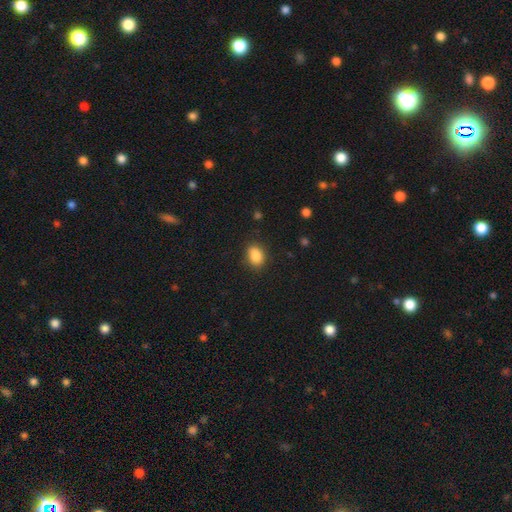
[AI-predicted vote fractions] smooth 86%, star or artifact 9%, featured or disk 5%. Down the decision tree: how rounded — in between (72%); merging — none (83%).